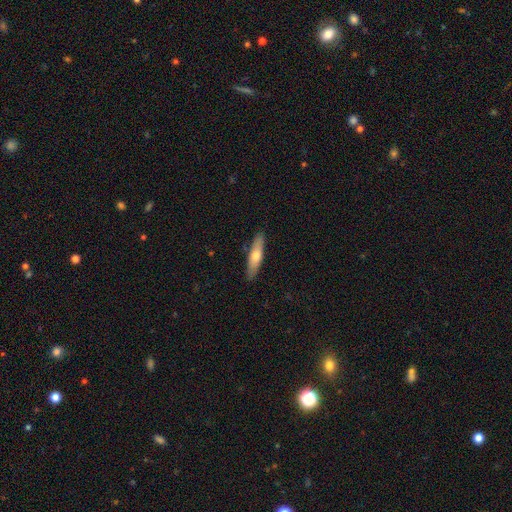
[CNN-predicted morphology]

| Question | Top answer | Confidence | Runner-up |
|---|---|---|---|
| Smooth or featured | smooth | 62% | featured or disk (33%) |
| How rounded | cigar-shaped | 71% | in between (27%) |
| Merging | none | 88% | minor disturbance (9%) |